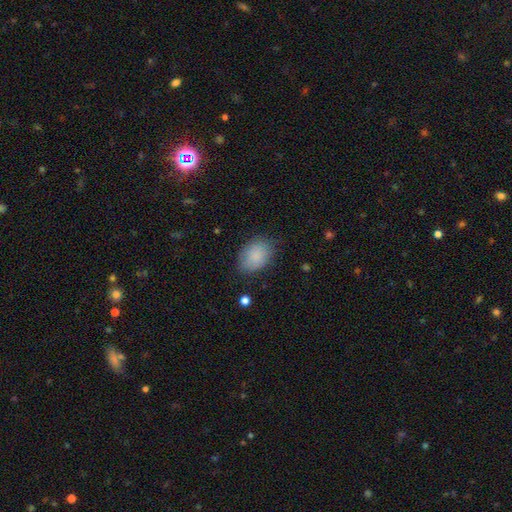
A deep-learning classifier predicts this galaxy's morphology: smooth-or-featured: smooth: 86% | star or artifact: 7% | featured or disk: 7%
  how-rounded: in between: 77% | round: 22% | cigar-shaped: 1%
  merging: none: 75% | minor disturbance: 19% | major disturbance: 5% | merger: 1%